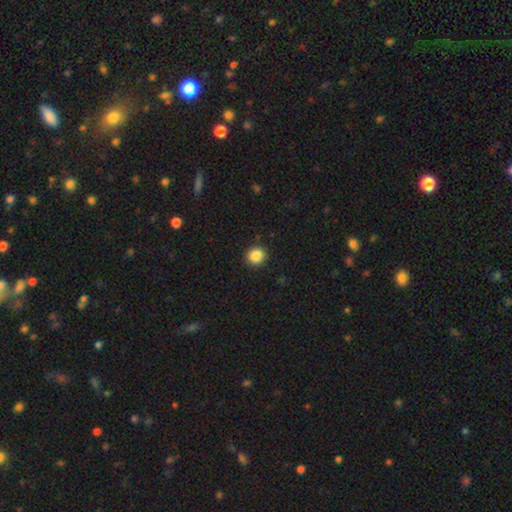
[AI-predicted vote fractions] smooth 88%, star or artifact 9%, featured or disk 3%. Down the decision tree: how rounded — round (89%); merging — none (91%).